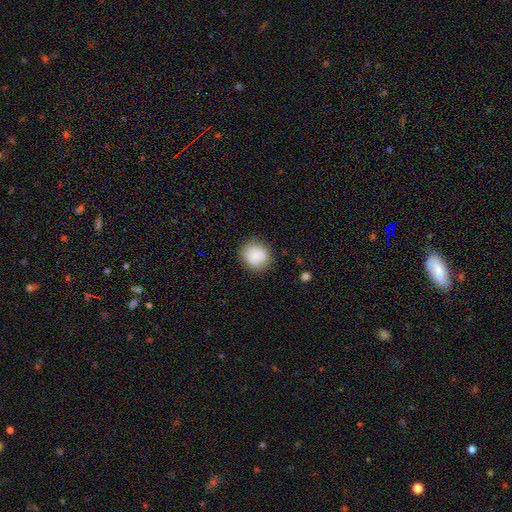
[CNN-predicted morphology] Overall: smooth (87%). How rounded: round (84%). Merging: none (86%).